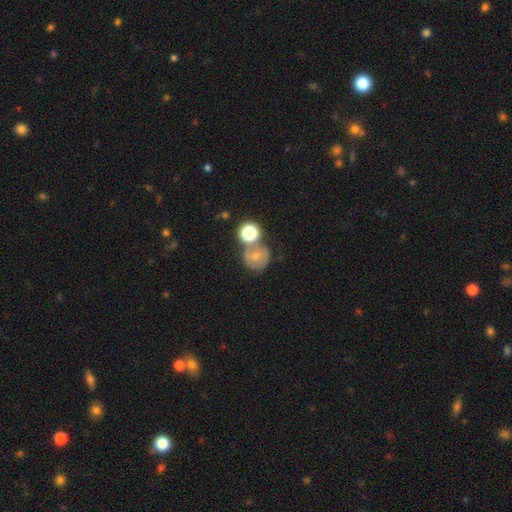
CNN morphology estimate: A smooth galaxy with no disk features (51%) that is round (82%). Merging: none (42%).